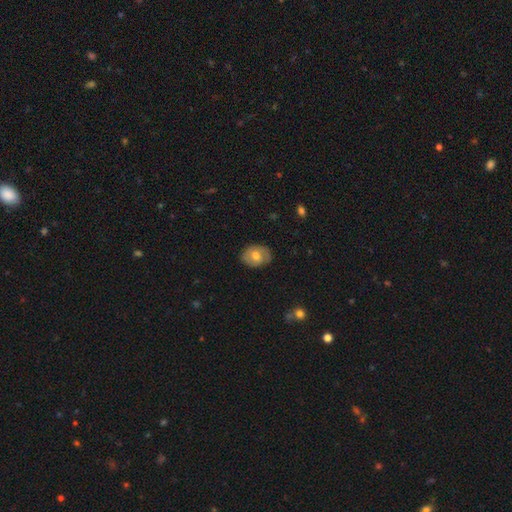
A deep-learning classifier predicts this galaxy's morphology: The model was most divided on "smooth or featured": smooth: 53%, featured or disk: 40%, star or artifact: 7%. More confident: merging — none (78%); how rounded — in between (57%).